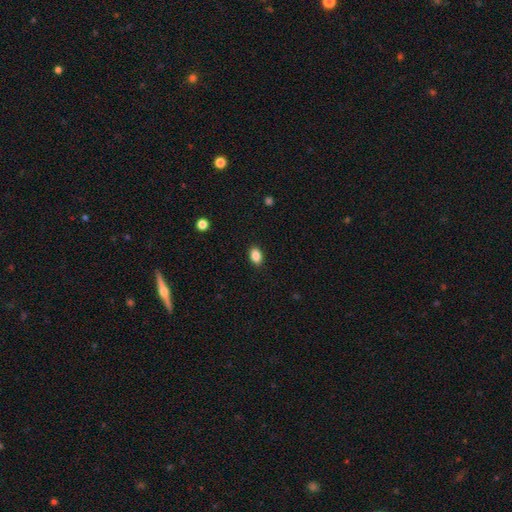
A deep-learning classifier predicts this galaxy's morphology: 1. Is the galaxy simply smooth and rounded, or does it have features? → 87% smooth, 9% star or artifact, 4% featured or disk.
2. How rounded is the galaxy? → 85% in between, 14% round, 1% cigar-shaped.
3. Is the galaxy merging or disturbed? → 89% none, 8% minor disturbance, 2% major disturbance, 1% merger.